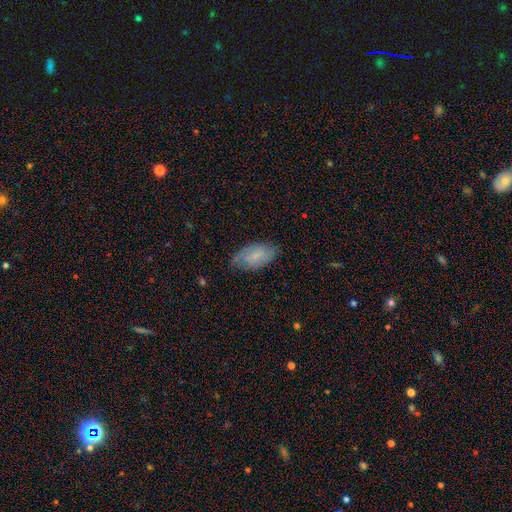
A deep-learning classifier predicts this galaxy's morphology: smooth-or-featured: smooth: 56% | featured or disk: 37% | star or artifact: 8%
  how-rounded: in between: 92% | round: 4% | cigar-shaped: 3%
  merging: none: 69% | minor disturbance: 24% | major disturbance: 6% | merger: 1%